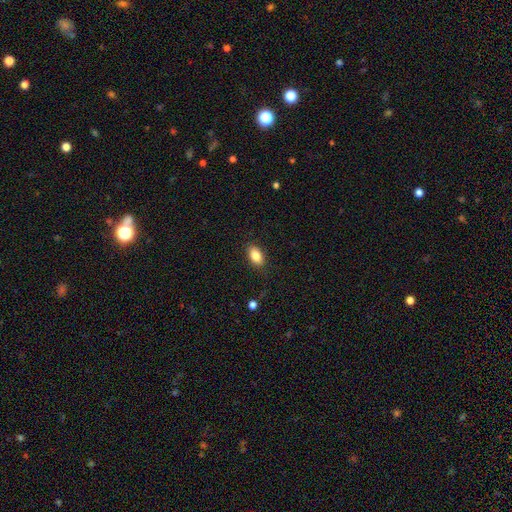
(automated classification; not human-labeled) Overall: smooth (85%). How rounded: in between (90%). Merging: none (87%).